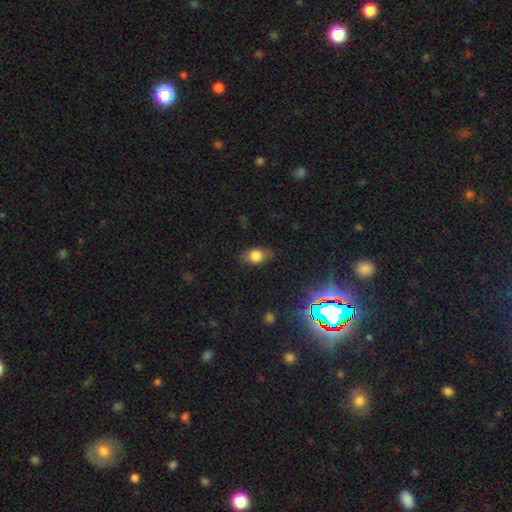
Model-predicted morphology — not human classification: A smooth galaxy with no disk features (76%) that is in between round and cigar-shaped (78%). Merging: none (79%).